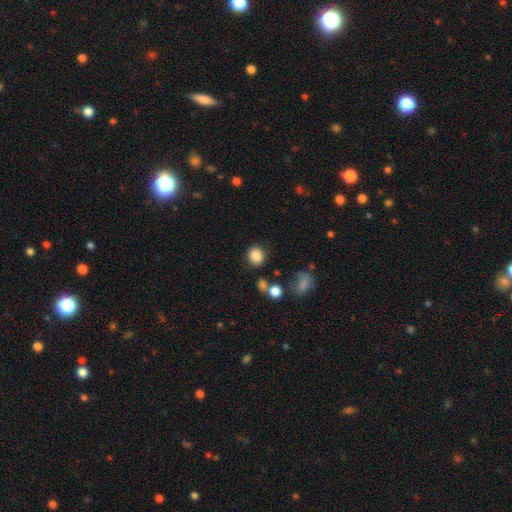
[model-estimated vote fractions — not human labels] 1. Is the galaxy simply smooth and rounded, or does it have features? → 85% smooth, 10% star or artifact, 5% featured or disk.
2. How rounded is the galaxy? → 81% round, 18% in between, 1% cigar-shaped.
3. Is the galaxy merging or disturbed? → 82% none, 9% minor disturbance, 5% merger, 4% major disturbance.